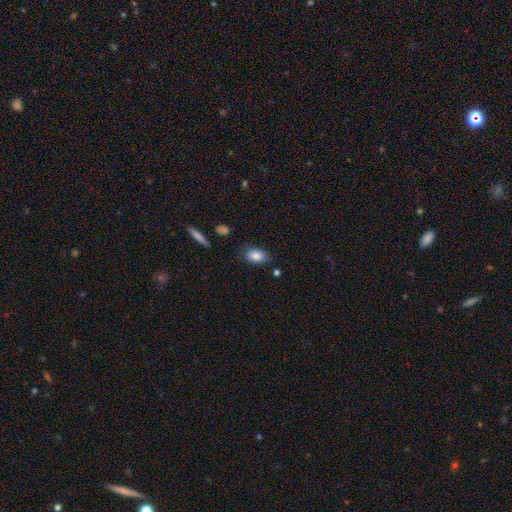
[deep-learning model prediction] Smooth or featured? smooth (83%)
How rounded? in between (86%)
Merging? none (78%)